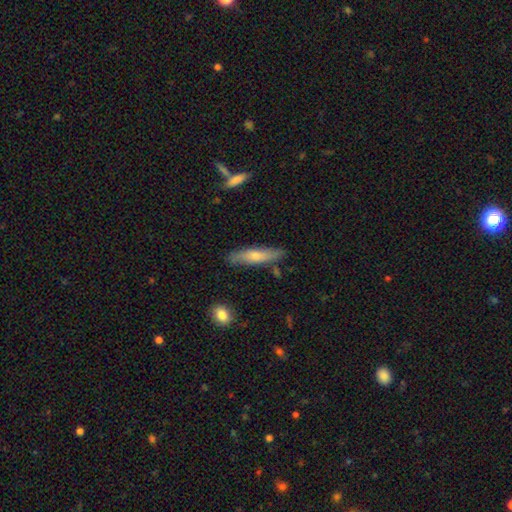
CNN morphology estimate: Smooth or featured?
  - smooth: 57% *
  - featured or disk: 37%
  - star or artifact: 7%
How rounded?
  - cigar-shaped: 83% *
  - in between: 15%
  - round: 2%
Merging?
  - none: 83% *
  - minor disturbance: 12%
  - merger: 2%
  - major disturbance: 2%